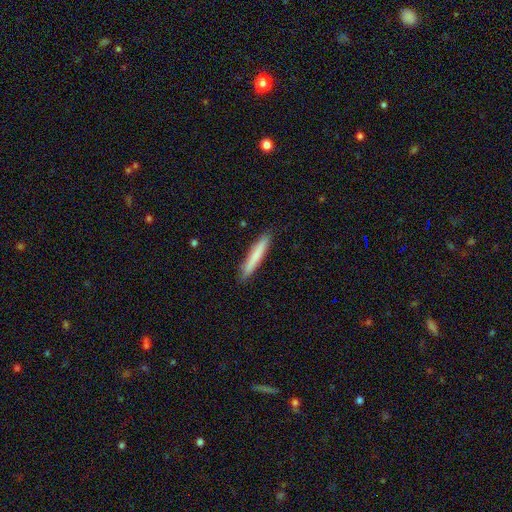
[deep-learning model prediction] smooth-or-featured: smooth: 76% | featured or disk: 18% | star or artifact: 6%
  how-rounded: cigar-shaped: 95% | in between: 4% | round: 1%
  merging: none: 91% | minor disturbance: 7% | major disturbance: 1% | merger: 1%